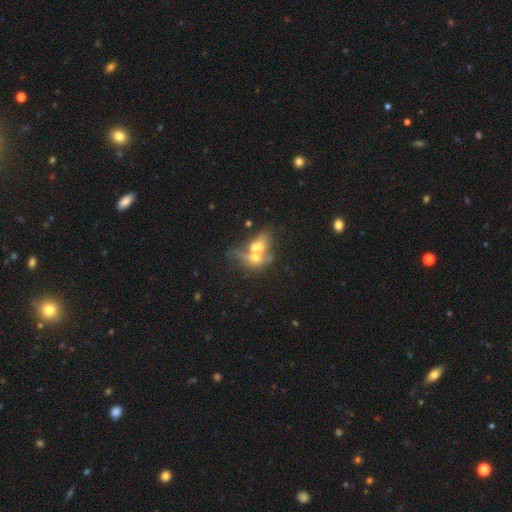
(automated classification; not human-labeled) Morphology: type=smooth (48%); merging=merger (66%).